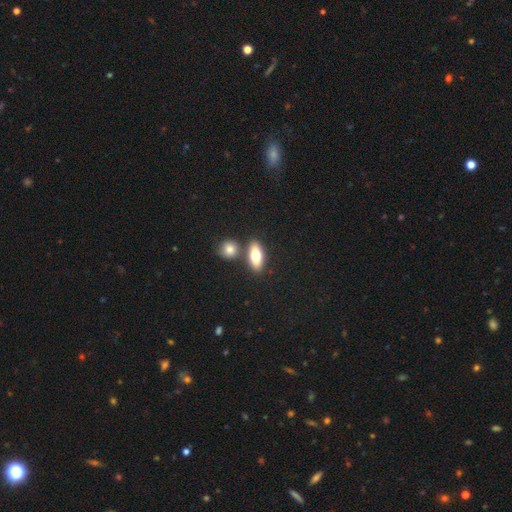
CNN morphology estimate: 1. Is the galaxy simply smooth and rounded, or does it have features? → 73% smooth, 20% featured or disk, 7% star or artifact.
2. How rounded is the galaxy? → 74% in between, 19% cigar-shaped, 6% round.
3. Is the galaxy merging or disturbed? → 69% none, 19% merger, 9% minor disturbance, 3% major disturbance.